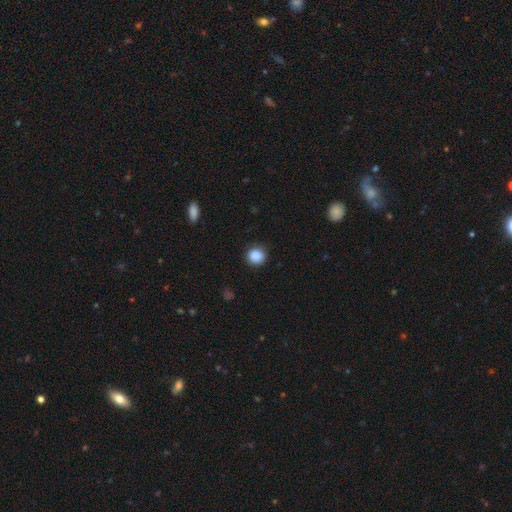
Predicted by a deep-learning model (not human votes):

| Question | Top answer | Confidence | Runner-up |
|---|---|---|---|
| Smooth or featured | smooth | 88% | star or artifact (9%) |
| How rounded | round | 90% | in between (9%) |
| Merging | none | 87% | minor disturbance (9%) |